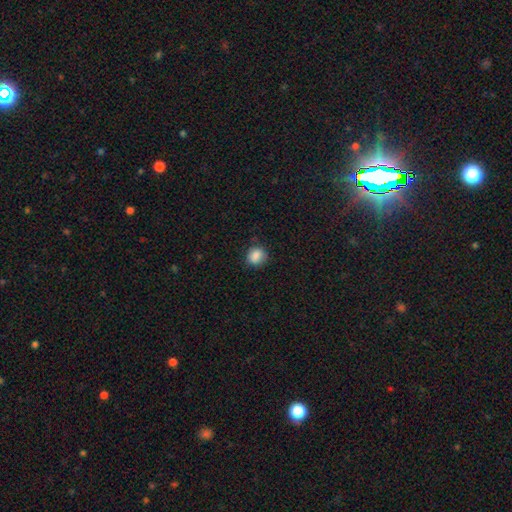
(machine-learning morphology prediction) Q: Smooth or featured?
A: smooth (86%); runner-up: star or artifact (10%)
Q: How rounded?
A: round (69%); runner-up: in between (30%)
Q: Merging?
A: none (77%); runner-up: minor disturbance (18%)